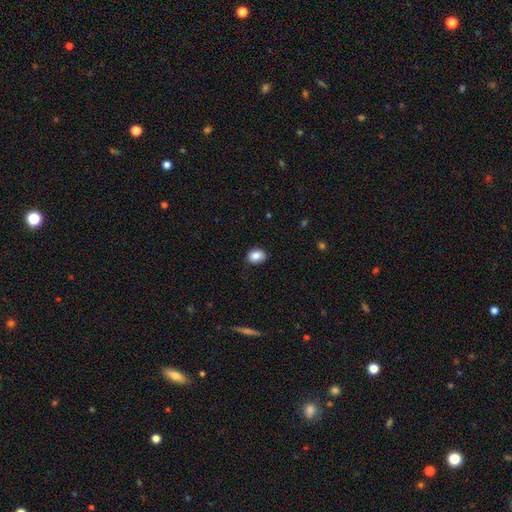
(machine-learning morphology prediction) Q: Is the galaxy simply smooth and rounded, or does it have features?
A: smooth — 85%.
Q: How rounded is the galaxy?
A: in between — 61%.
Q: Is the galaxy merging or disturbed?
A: none — 82%.